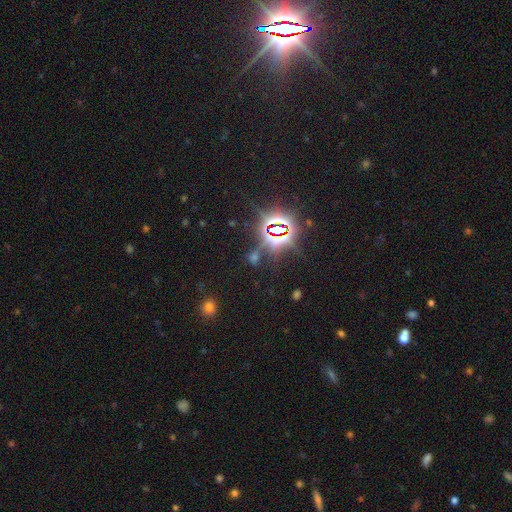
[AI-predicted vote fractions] Smooth or featured: star or artifact — 78% (smooth — 14%)